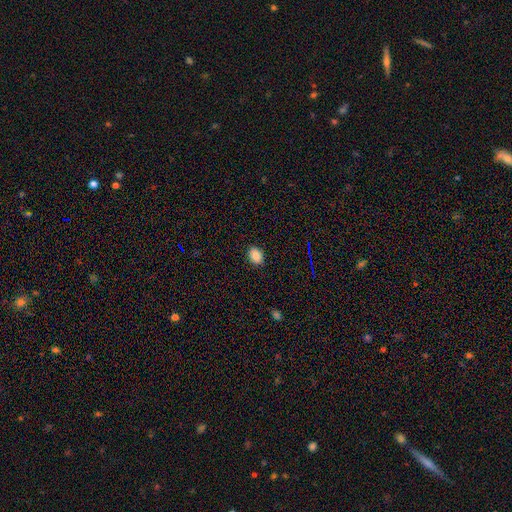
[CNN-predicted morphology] smooth 86%, star or artifact 10%, featured or disk 4%. Down the decision tree: how rounded — in between (56%); merging — none (88%).